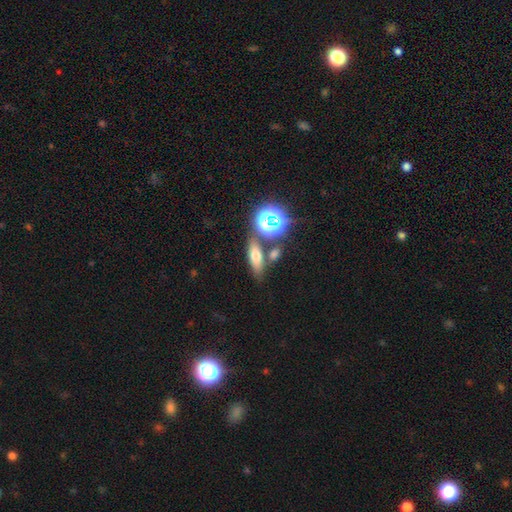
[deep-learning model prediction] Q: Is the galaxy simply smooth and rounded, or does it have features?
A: smooth — 59%.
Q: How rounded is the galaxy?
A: in between — 56%.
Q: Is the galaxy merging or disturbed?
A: none — 71%.